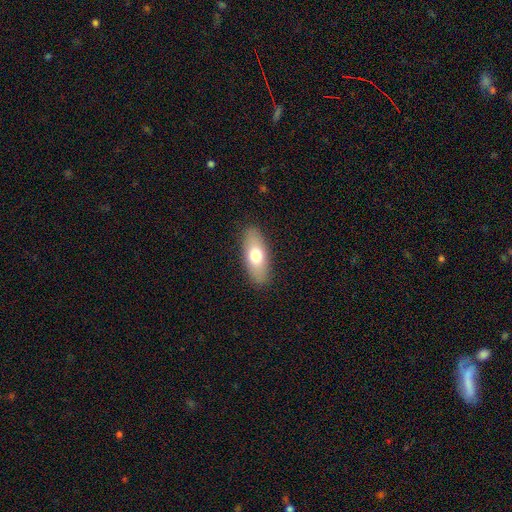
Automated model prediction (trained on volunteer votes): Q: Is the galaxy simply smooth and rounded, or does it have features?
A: smooth — 71%.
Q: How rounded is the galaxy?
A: in between — 79%.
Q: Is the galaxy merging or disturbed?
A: none — 88%.